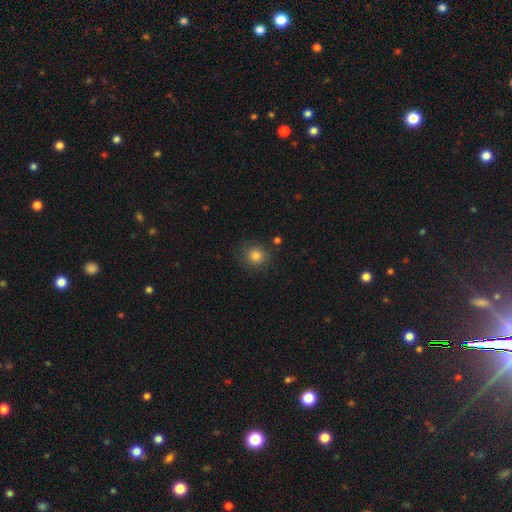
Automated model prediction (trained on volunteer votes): Morphology: type=smooth (82%); roundness=round (82%); merging=none (82%).